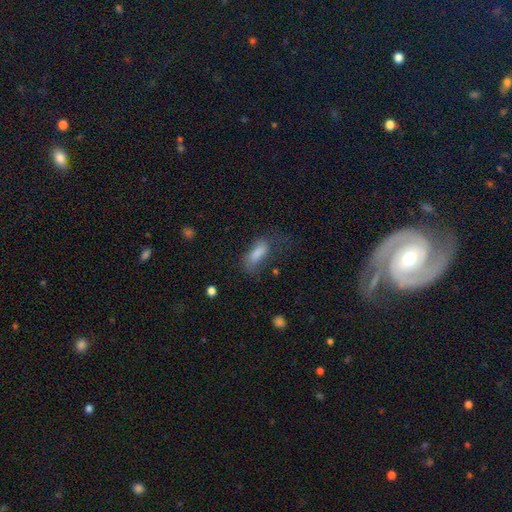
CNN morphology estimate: Q: Smooth or featured?
A: smooth (71%); runner-up: featured or disk (16%)
Q: How rounded?
A: in between (72%); runner-up: cigar-shaped (24%)
Q: Merging?
A: none (43%); runner-up: major disturbance (28%)